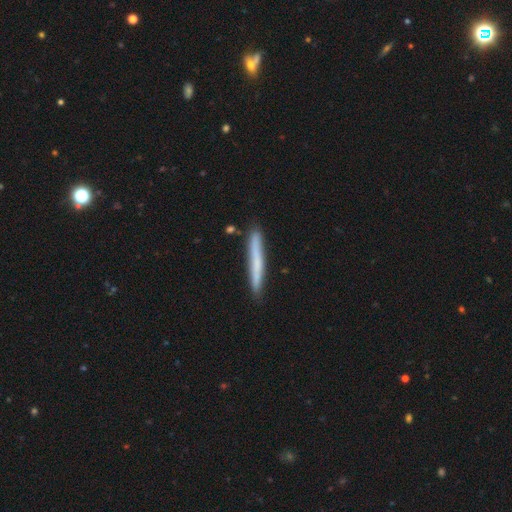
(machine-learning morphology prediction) Overall: smooth (60%; featured or disk 33%). How rounded: cigar-shaped (97%). Merging: none (89%).